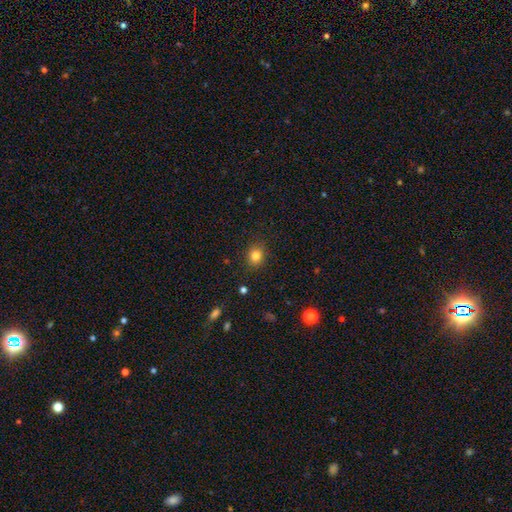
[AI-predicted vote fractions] Smooth or featured: smooth — 82% (star or artifact — 12%)
How rounded: round — 73% (in between — 26%)
Merging: none — 87% (minor disturbance — 9%)